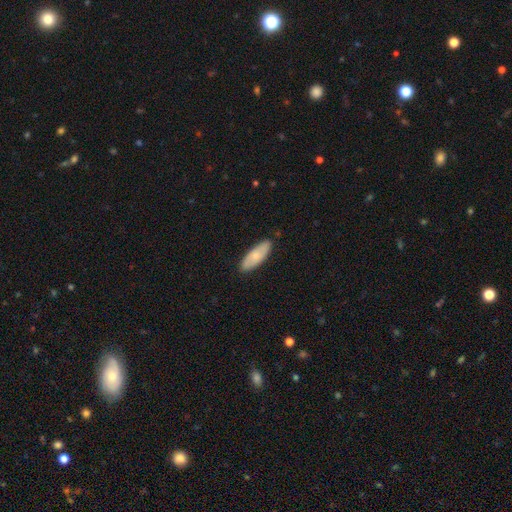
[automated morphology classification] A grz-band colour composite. It shows a smooth galaxy with no disk features (73%) that is in between round and cigar-shaped (67%). Merging: none (87%).